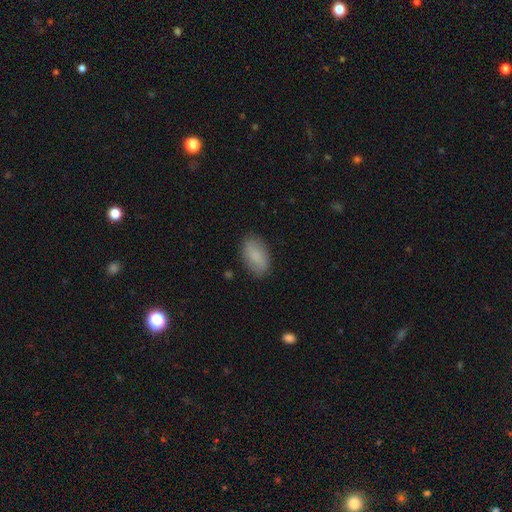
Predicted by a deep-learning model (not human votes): Smooth or featured? smooth (84%)
How rounded? in between (93%)
Merging? none (85%)